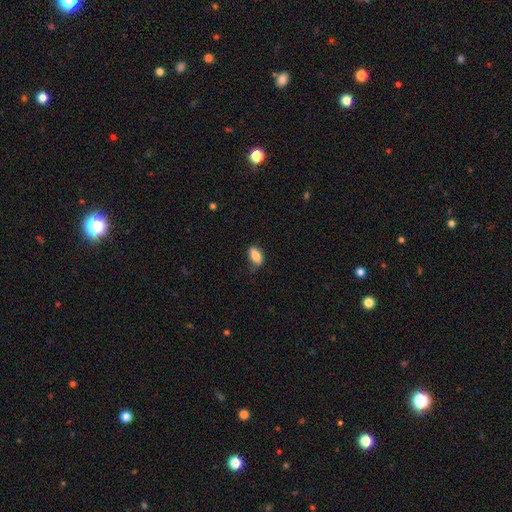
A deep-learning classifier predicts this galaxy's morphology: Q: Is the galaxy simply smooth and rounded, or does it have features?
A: smooth — 83%.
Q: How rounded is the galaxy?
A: in between — 88%.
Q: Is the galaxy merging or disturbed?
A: none — 65%.